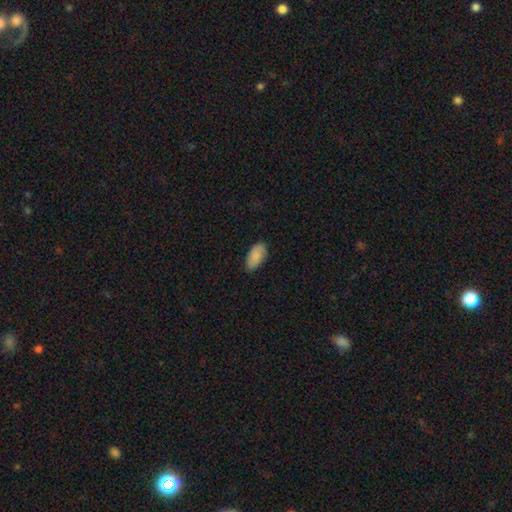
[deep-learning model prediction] Smooth or featured: smooth — 88% (featured or disk — 6%)
How rounded: in between — 94% (cigar-shaped — 3%)
Merging: none — 79% (minor disturbance — 17%)